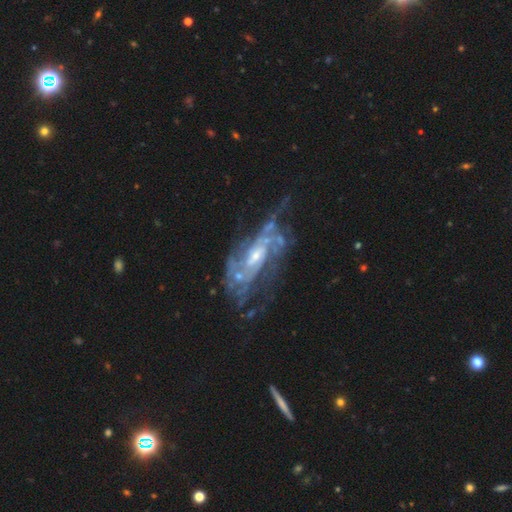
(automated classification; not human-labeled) smooth-or-featured: featured or disk: 87% | star or artifact: 7% | smooth: 6%
  disk-edge-on: no: 93% | yes: 7%
    bar: no: 50% | weak: 38% | strong: 12%
    has-spiral-arms: yes: 91% | no: 9%
      spiral-winding: tight: 44% | medium: 40% | loose: 16%
      spiral-arm-count: can't tell: 40% | 2: 25% | 3: 13% | 4: 10% | more than 4: 6% | 1: 5%
    bulge-size: small: 55% | moderate: 37% | none: 4% | large: 3% | dominant: 1%
  merging: none: 51% | major disturbance: 22% | minor disturbance: 21% | merger: 6%